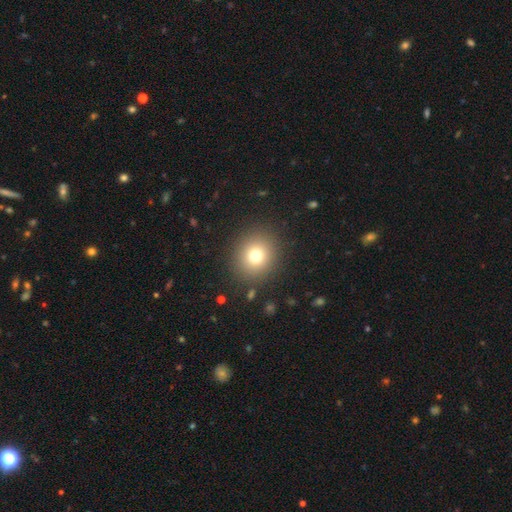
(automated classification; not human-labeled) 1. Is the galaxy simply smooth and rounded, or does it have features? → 75% smooth, 15% star or artifact, 10% featured or disk.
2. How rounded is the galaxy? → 86% round, 13% in between, 1% cigar-shaped.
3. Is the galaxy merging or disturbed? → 89% none, 7% minor disturbance, 3% major disturbance, 1% merger.